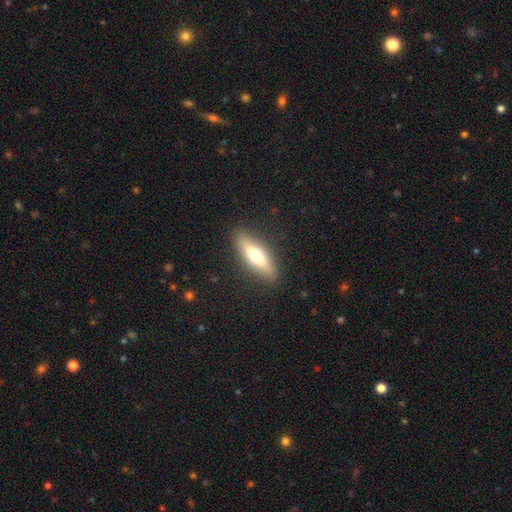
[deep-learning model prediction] Q: Smooth or featured?
A: smooth (59%); runner-up: featured or disk (35%)
Q: How rounded?
A: cigar-shaped (54%); runner-up: in between (43%)
Q: Merging?
A: none (88%); runner-up: minor disturbance (9%)